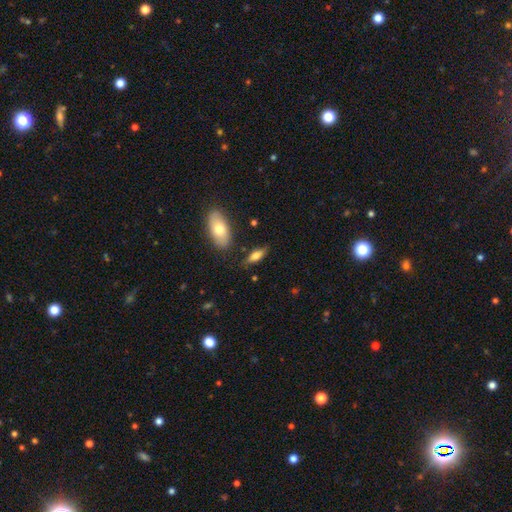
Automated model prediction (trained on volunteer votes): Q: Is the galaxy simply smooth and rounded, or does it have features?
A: smooth — 71%.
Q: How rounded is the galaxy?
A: in between — 69%.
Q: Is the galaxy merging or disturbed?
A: none — 74%.